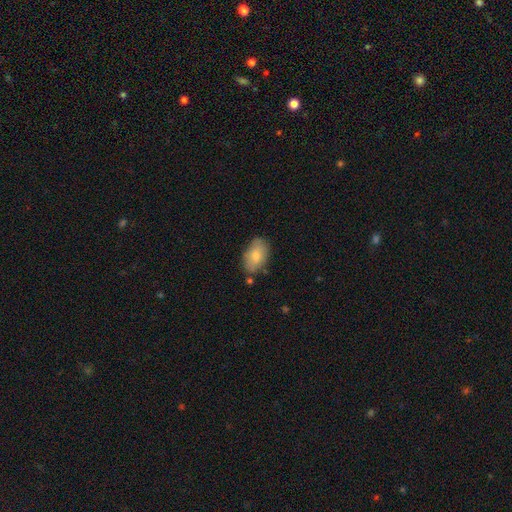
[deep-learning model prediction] A smooth galaxy with no disk features (76%) that is in between round and cigar-shaped (91%). Merging: none (75%).